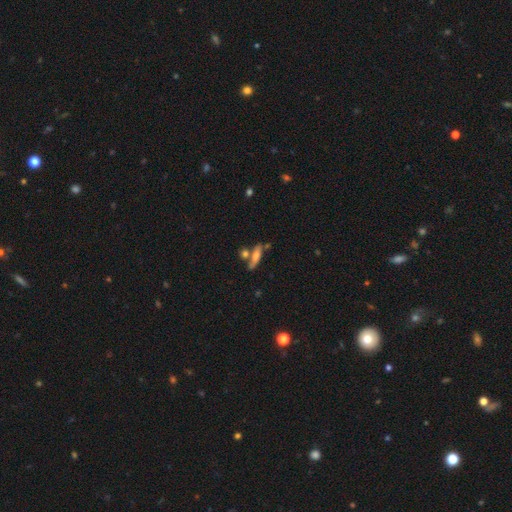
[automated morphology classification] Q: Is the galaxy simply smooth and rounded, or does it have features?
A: smooth — 56%.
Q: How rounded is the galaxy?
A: cigar-shaped — 69%.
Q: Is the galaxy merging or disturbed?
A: none — 60%.